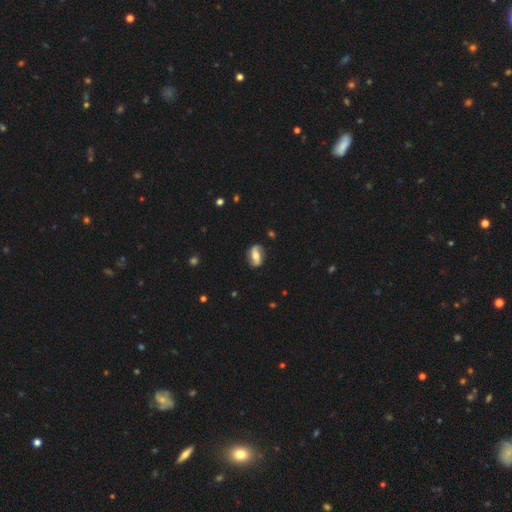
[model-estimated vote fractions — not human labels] smooth_or_featured: featured or disk (p=0.74) [alt: smooth p=0.20]
disk_edge_on: no (p=0.95) [alt: yes p=0.05]
bar: weak (p=0.36) [alt: no p=0.32]
has_spiral_arms: yes (p=0.90) [alt: no p=0.10]
spiral_winding: loose (p=0.58) [alt: medium p=0.28]
spiral_arm_count: 2 (p=0.91) [alt: can't tell p=0.04]
bulge_size: moderate (p=0.63) [alt: small p=0.22]
merging: none (p=0.82) [alt: minor disturbance p=0.13]